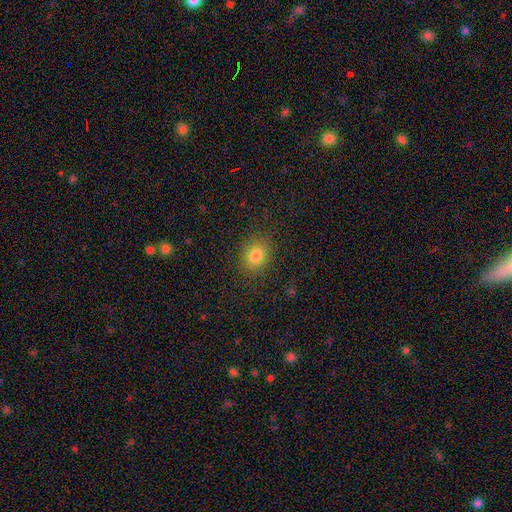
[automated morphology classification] A smooth galaxy with no disk features (81%) that is round (60%).

Vote fractions:
- Smooth or featured? smooth: 81% / star or artifact: 12% / featured or disk: 6%
- How rounded? round: 60% / in between: 39% / cigar-shaped: 1%
- Merging? none: 87% / minor disturbance: 9% / major disturbance: 3% / merger: 1%